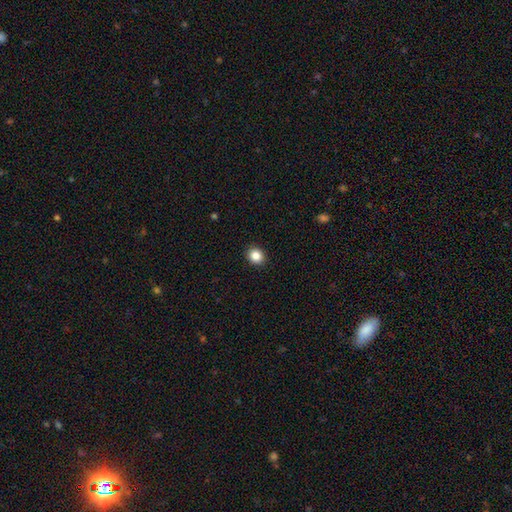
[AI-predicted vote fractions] Smooth or featured: smooth — 86% (star or artifact — 10%)
How rounded: round — 72% (in between — 27%)
Merging: none — 92% (minor disturbance — 5%)